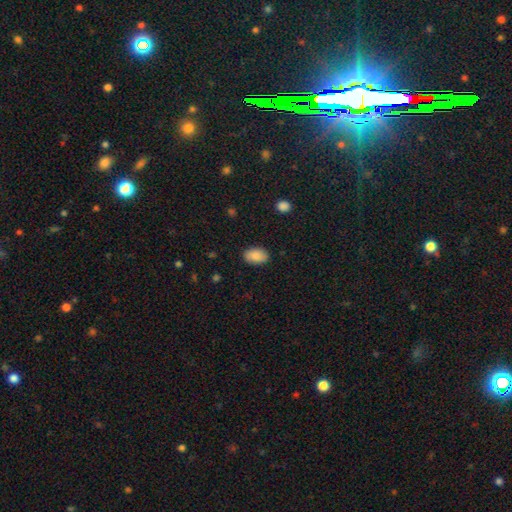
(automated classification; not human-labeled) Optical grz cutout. It shows a smooth galaxy with no disk features (87%) that is in between round and cigar-shaped (89%). Merging: none (88%).